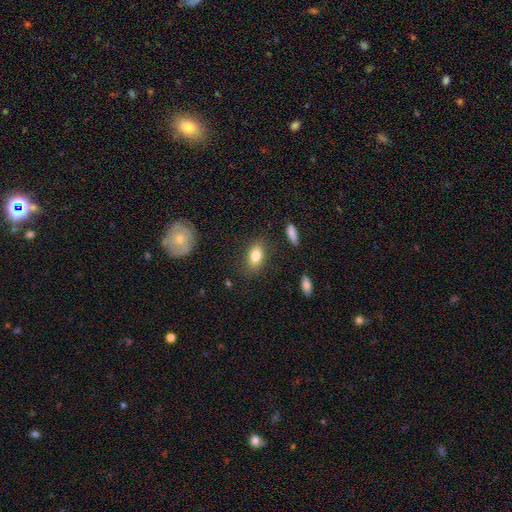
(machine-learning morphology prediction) Smooth or featured?
  - smooth: 82% *
  - featured or disk: 10%
  - star or artifact: 8%
How rounded?
  - in between: 87% *
  - round: 9%
  - cigar-shaped: 4%
Merging?
  - none: 82% *
  - minor disturbance: 12%
  - major disturbance: 4%
  - merger: 2%